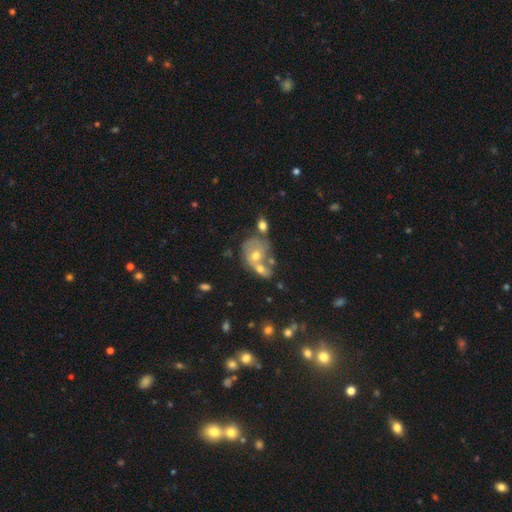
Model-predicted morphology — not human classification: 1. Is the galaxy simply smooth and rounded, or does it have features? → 50% featured or disk, 38% smooth, 12% star or artifact.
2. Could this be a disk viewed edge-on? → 96% no, 4% yes.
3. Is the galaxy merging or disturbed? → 51% merger, 27% none, 12% minor disturbance, 9% major disturbance.